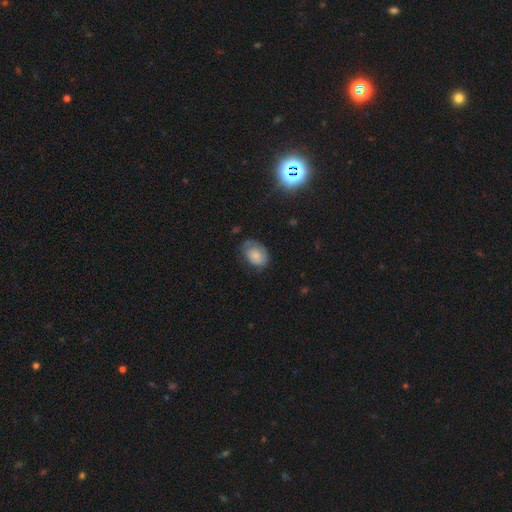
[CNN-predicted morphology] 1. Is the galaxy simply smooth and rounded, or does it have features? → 73% smooth, 18% featured or disk, 8% star or artifact.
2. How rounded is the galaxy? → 81% in between, 18% round, 1% cigar-shaped.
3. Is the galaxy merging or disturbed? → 55% none, 31% minor disturbance, 12% major disturbance, 2% merger.